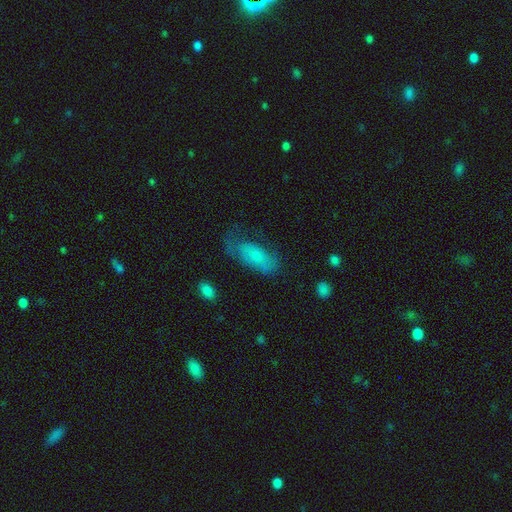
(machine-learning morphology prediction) Smooth or featured? Predicted: smooth (p=0.59). How rounded? Predicted: in between (p=0.87). Merging? Predicted: none (p=0.44).